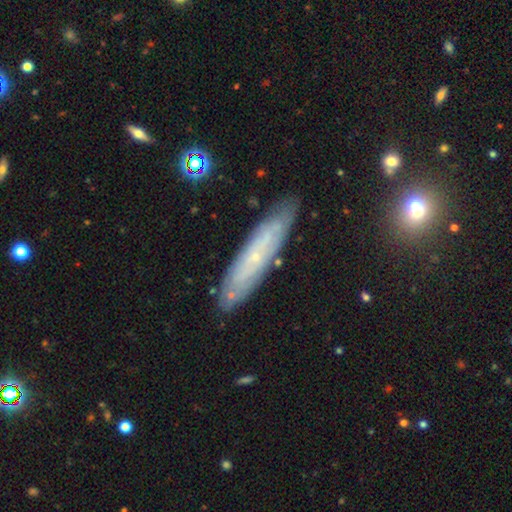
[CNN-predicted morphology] Smooth or featured: featured or disk — 65% (smooth — 27%)
Edge-on disk: no — 55% (yes — 45%)
Merging: none — 83% (minor disturbance — 12%)